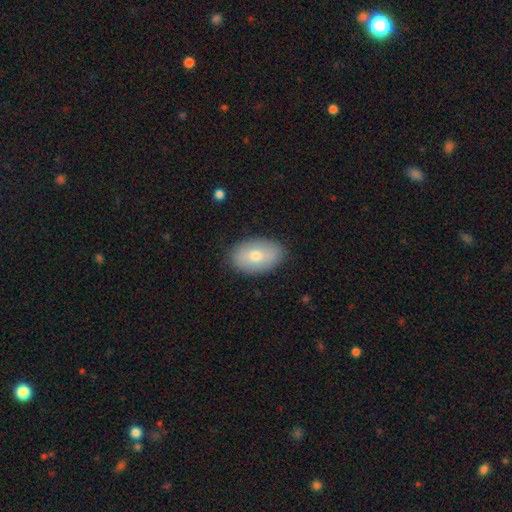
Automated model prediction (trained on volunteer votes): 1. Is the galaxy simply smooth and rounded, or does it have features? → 71% smooth, 23% featured or disk, 7% star or artifact.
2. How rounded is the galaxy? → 90% in between, 9% round, 1% cigar-shaped.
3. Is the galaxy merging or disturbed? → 86% none, 11% minor disturbance, 2% major disturbance, 1% merger.